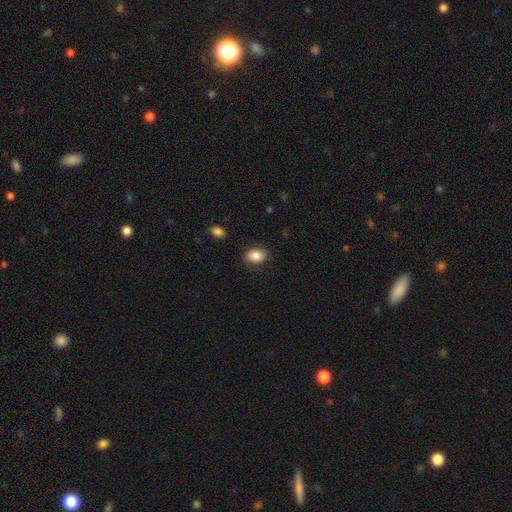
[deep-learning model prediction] Smooth or featured?
  - smooth: 85% *
  - star or artifact: 8%
  - featured or disk: 6%
How rounded?
  - in between: 70% *
  - round: 29%
  - cigar-shaped: 1%
Merging?
  - none: 83% *
  - minor disturbance: 12%
  - major disturbance: 3%
  - merger: 1%